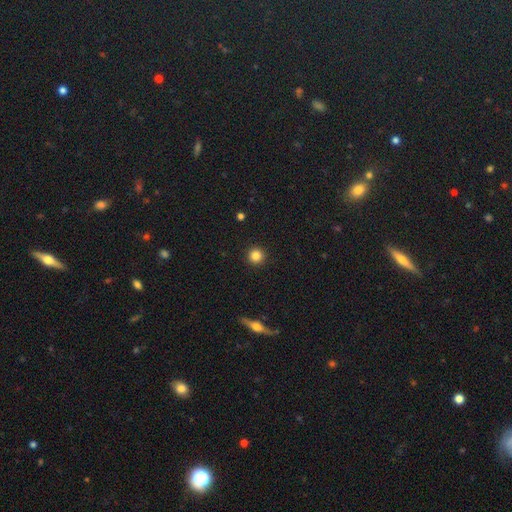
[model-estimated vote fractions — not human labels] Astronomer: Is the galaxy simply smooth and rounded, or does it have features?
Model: smooth — 84%.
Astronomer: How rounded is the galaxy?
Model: round — 96%.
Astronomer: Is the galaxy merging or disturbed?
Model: none — 93%.